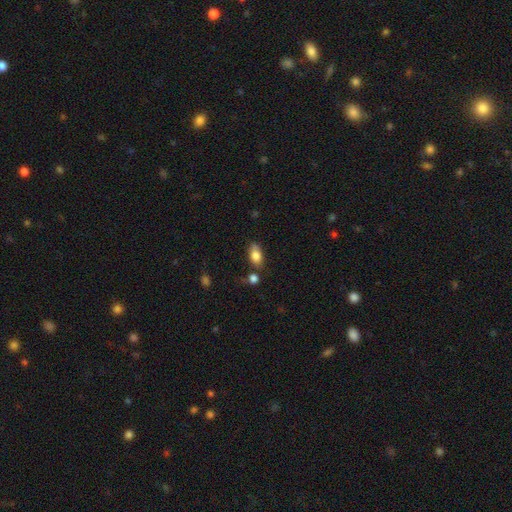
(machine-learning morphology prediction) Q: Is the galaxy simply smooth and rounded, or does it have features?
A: smooth — 82%.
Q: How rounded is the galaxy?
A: in between — 88%.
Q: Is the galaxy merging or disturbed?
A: none — 60%.